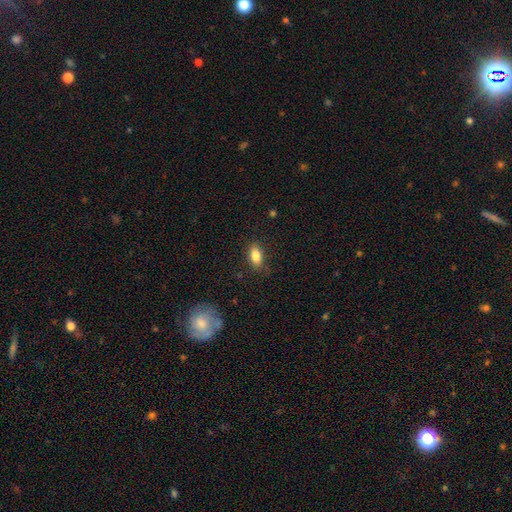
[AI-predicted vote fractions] Overall: smooth (84%). How rounded: in between (87%). Merging: none (81%).